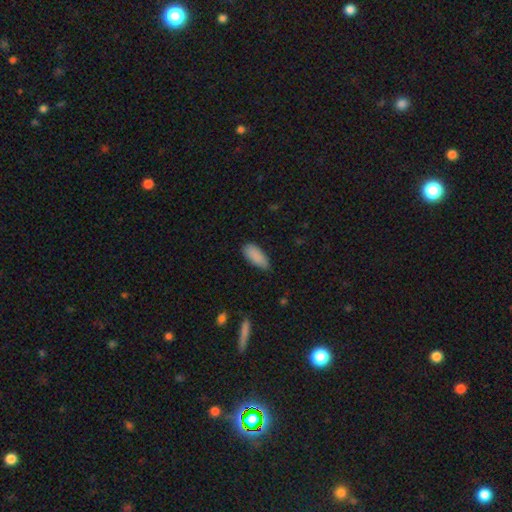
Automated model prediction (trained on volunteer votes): This is clearly a smooth galaxy (88%). How rounded: clearly in between (86%). Merging: likely none (65%).